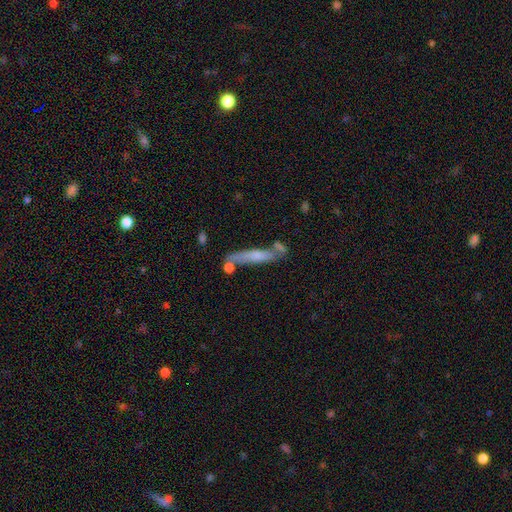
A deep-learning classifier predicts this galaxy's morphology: Overall: smooth (53%; featured or disk 40%). How rounded: cigar-shaped (89%). Merging: none (63%).